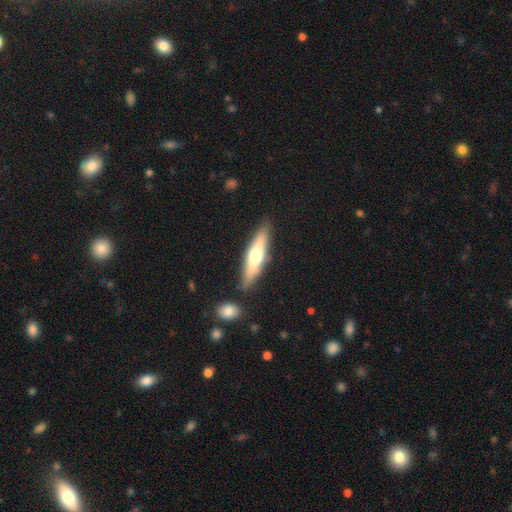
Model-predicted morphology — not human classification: smooth 51%, featured or disk 43%, star or artifact 6%. Down the decision tree: how rounded — cigar-shaped (75%); merging — none (79%).